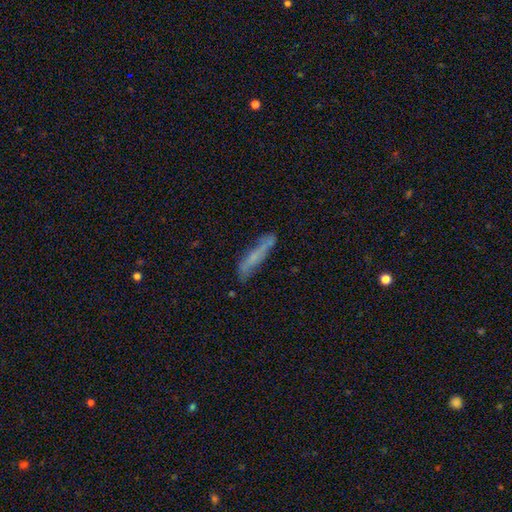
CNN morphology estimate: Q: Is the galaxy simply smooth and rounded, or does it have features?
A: smooth — 49%.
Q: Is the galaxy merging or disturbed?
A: none — 72%.